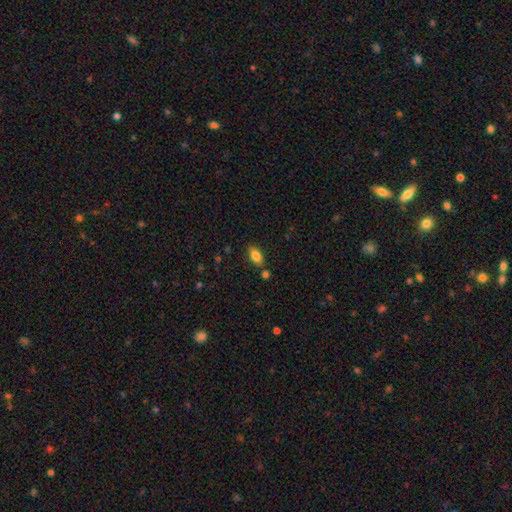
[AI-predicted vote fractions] Smooth or featured? smooth (83%)
How rounded? in between (90%)
Merging? none (78%)